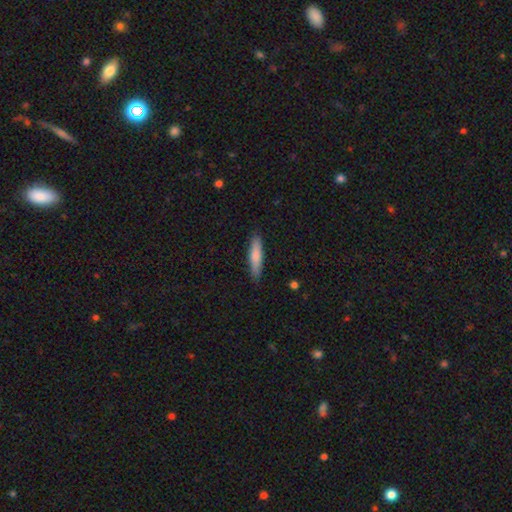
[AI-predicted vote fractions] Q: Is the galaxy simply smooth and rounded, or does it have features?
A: smooth — 79%.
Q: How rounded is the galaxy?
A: cigar-shaped — 80%.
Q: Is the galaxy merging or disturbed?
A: none — 87%.